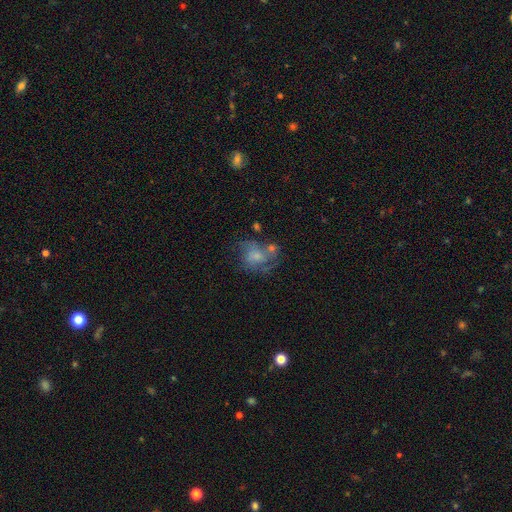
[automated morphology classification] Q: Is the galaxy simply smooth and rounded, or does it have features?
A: featured or disk — 52%.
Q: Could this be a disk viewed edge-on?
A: no — 98%.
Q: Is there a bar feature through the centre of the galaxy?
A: no — 74%.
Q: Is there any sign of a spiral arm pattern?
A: yes — 69%.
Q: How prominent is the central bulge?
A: small — 39%.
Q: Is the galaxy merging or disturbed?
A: none — 40%.